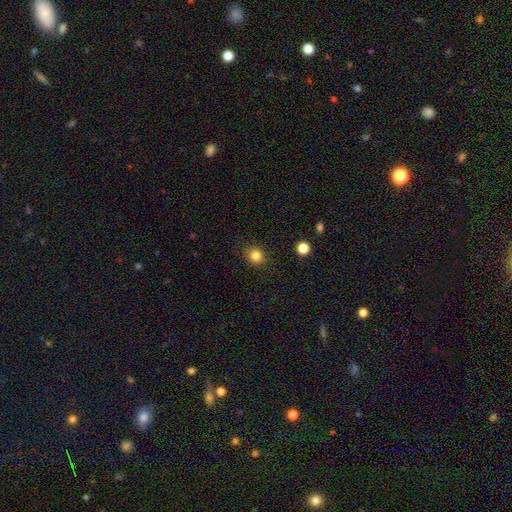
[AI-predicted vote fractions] Smooth or featured? Predicted: smooth (p=0.83). How rounded? Predicted: round (p=0.87). Merging? Predicted: none (p=0.90).